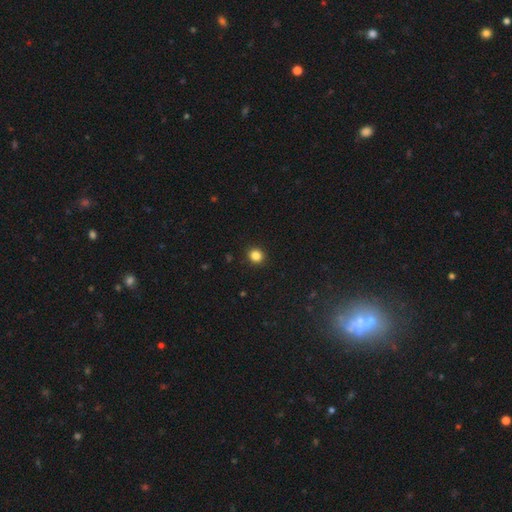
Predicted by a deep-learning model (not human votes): A smooth galaxy with no disk features (85%) that is round (87%). Merging: none (92%).